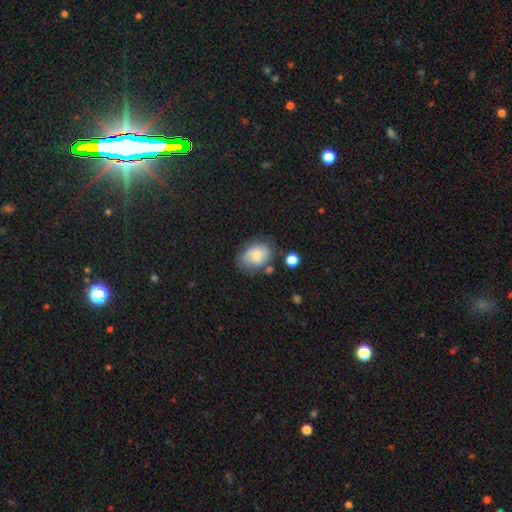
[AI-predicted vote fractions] Smooth or featured? Predicted: smooth (p=0.70). How rounded? Predicted: in between (p=0.70). Merging? Predicted: none (p=0.60).